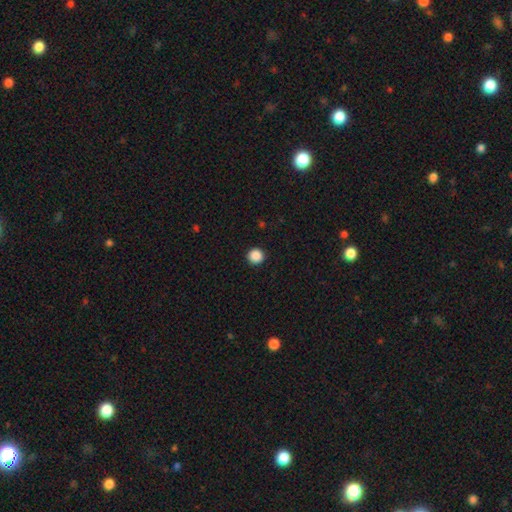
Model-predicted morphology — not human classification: smooth_or_featured: smooth (p=0.89) [alt: star or artifact p=0.09]
how_rounded: round (p=0.96) [alt: in between p=0.03]
merging: none (p=0.93) [alt: minor disturbance p=0.04]